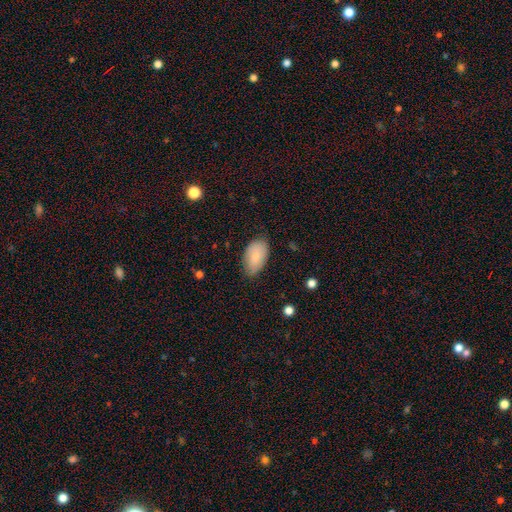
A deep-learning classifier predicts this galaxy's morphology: This appears to be a smooth galaxy with no disk features (83%) that is in between round and cigar-shaped (94%). Merging: none (77%).